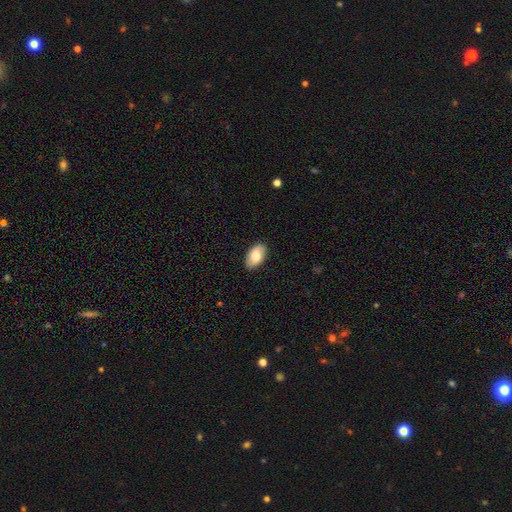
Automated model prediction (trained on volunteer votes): The model was most divided on "smooth or featured": smooth: 74%, featured or disk: 19%, star or artifact: 6%. More confident: how rounded — in between (93%); merging — none (87%).